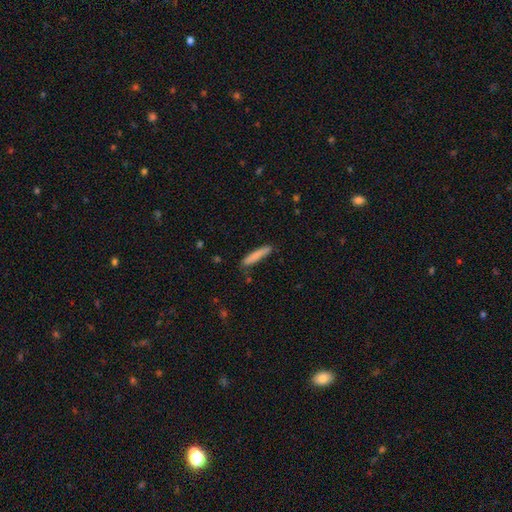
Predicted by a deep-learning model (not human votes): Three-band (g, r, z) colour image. It shows a smooth galaxy with no disk features (79%) that is cigar-shaped (90%). Merging: none (81%).